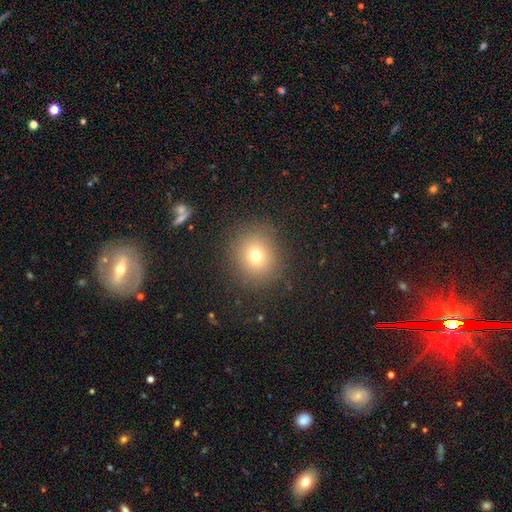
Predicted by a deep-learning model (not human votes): The model was most divided on "smooth or featured": smooth: 72%, star or artifact: 16%, featured or disk: 11%. More confident: merging — none (87%); how rounded — round (83%).